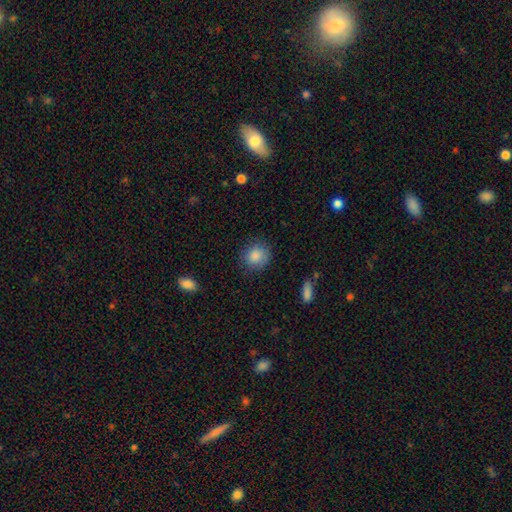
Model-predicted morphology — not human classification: smooth 86%, star or artifact 8%, featured or disk 6%. Down the decision tree: how rounded — round (84%); merging — none (81%).